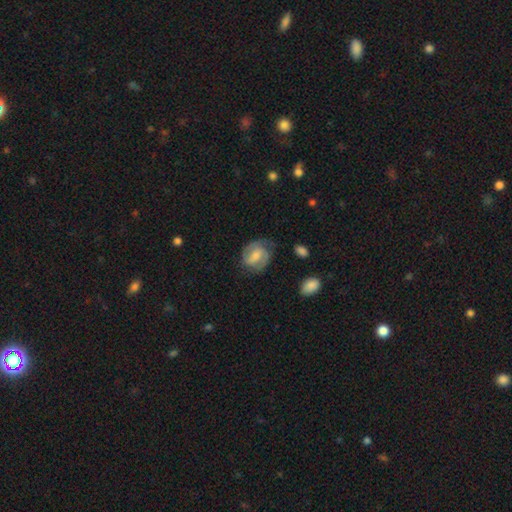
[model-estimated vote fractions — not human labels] smooth-or-featured: featured or disk: 74% | smooth: 20% | star or artifact: 6%
  disk-edge-on: no: 97% | yes: 3%
    bar: weak: 52% | no: 25% | strong: 24%
    has-spiral-arms: yes: 93% | no: 7%
      spiral-winding: medium: 46% | tight: 41% | loose: 13%
      spiral-arm-count: 2: 82% | can't tell: 9% | 1: 4% | 3: 4% | 4: 1% | more than 4: 1%
    bulge-size: moderate: 42% | small: 39% | none: 10% | large: 8% | dominant: 1%
  merging: none: 69% | minor disturbance: 20% | major disturbance: 9% | merger: 2%